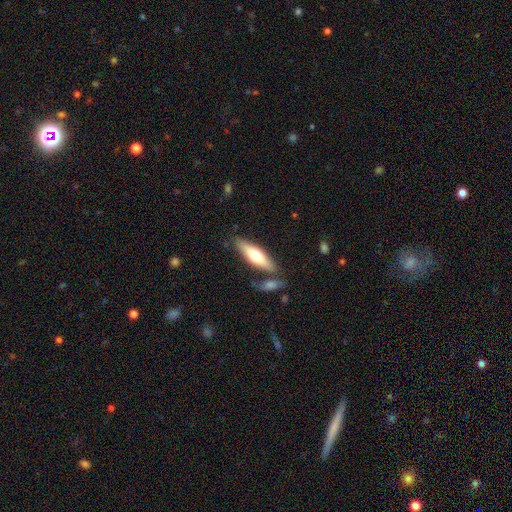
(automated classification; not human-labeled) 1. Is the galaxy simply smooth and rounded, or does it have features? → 57% smooth, 37% featured or disk, 5% star or artifact.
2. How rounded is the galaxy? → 56% cigar-shaped, 42% in between, 2% round.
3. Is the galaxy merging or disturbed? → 72% none, 13% minor disturbance, 11% merger, 4% major disturbance.